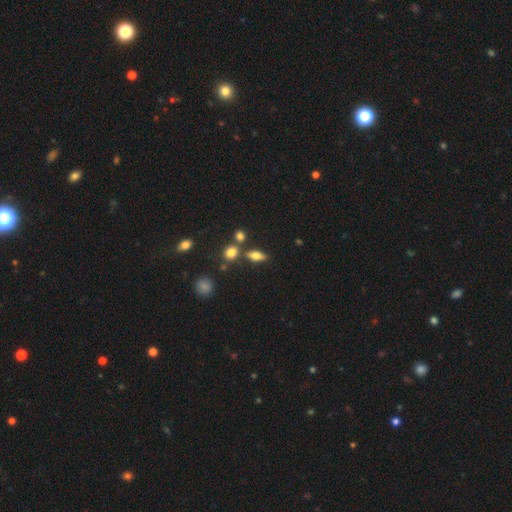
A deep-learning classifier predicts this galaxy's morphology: This appears to be a smooth galaxy with no disk features (67%) that is in between round and cigar-shaped (73%). Merging: none (70%).